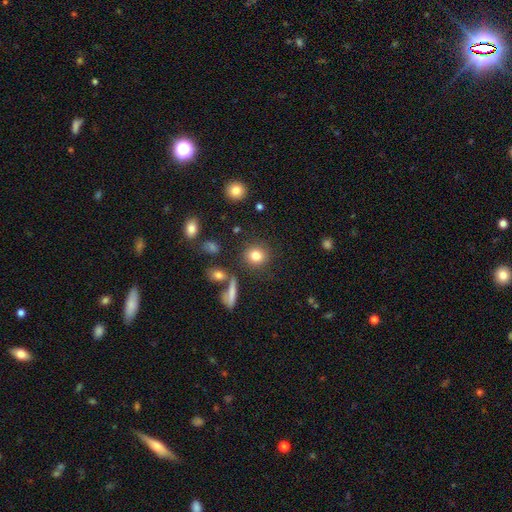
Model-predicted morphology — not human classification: A smooth galaxy with no disk features (81%) that is round (86%).

Vote fractions:
- Smooth or featured? smooth: 81% / star or artifact: 11% / featured or disk: 8%
- How rounded? round: 86% / in between: 12% / cigar-shaped: 2%
- Merging? none: 85% / minor disturbance: 8% / merger: 4% / major disturbance: 3%